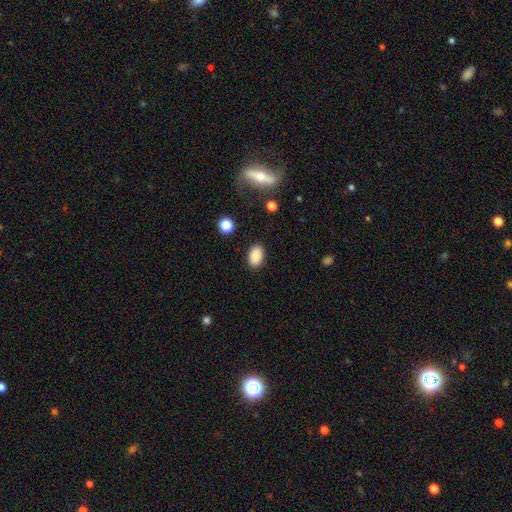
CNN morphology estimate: smooth_or_featured: smooth (p=0.85) [alt: star or artifact p=0.09]
how_rounded: in between (p=0.88) [alt: round p=0.11]
merging: none (p=0.88) [alt: minor disturbance p=0.08]